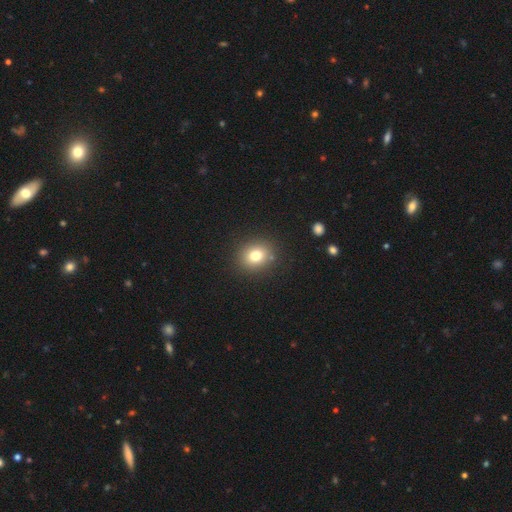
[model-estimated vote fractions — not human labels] Smooth or featured? Predicted: smooth (p=0.77). How rounded? Predicted: round (p=0.71). Merging? Predicted: none (p=0.87).